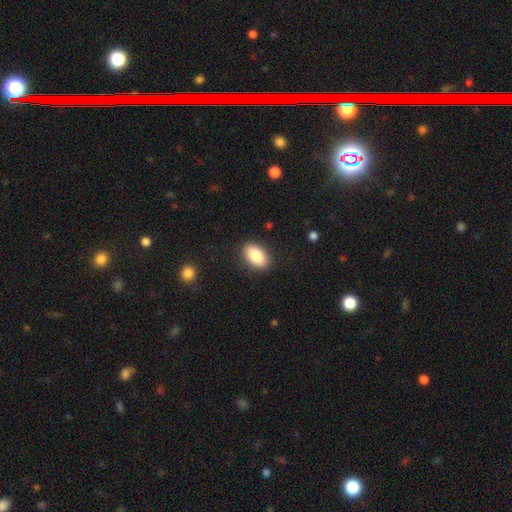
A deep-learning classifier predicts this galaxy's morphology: type=smooth (84%); roundness=in between (91%); merging=none (87%).